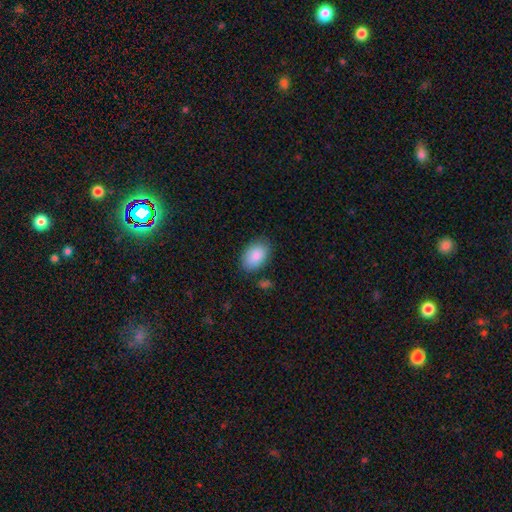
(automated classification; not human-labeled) smooth 88%, star or artifact 6%, featured or disk 6%. Down the decision tree: how rounded — in between (91%); merging — none (82%).